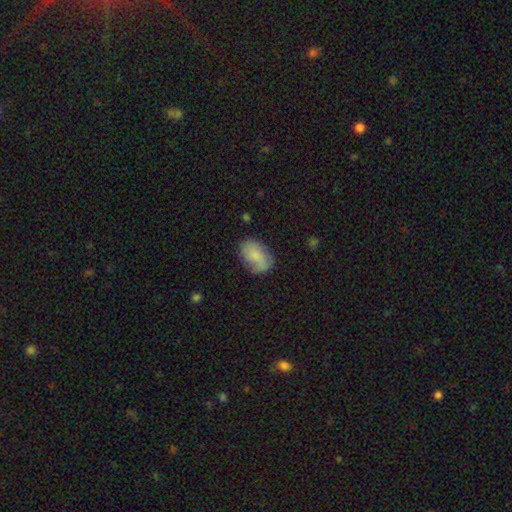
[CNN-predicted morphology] smooth_or_featured: smooth (p=0.72) [alt: featured or disk p=0.20]
how_rounded: in between (p=0.86) [alt: round p=0.12]
merging: none (p=0.64) [alt: minor disturbance p=0.25]